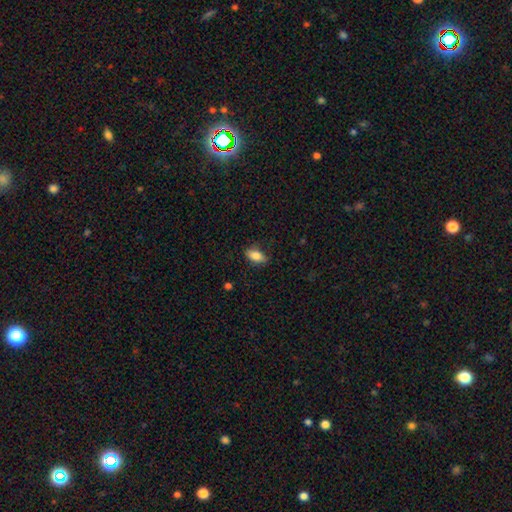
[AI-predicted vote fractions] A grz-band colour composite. It shows a smooth galaxy with no disk features (83%) that is in between round and cigar-shaped (87%). Merging: none (78%).